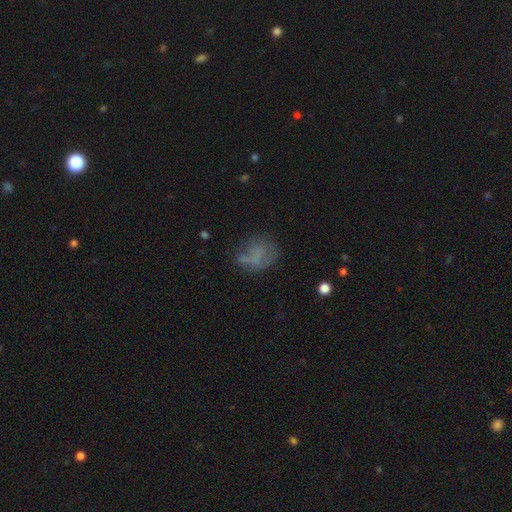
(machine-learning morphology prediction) This appears to be a smooth galaxy with no disk features (59%) that is in between round and cigar-shaped (51%). Merging: none (45%).